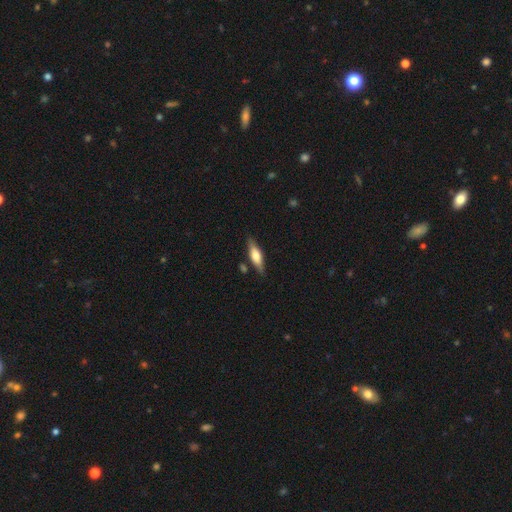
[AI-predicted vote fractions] Overall: smooth (54%; featured or disk 40%). How rounded: cigar-shaped (56%; in between 41%). Merging: none (82%).